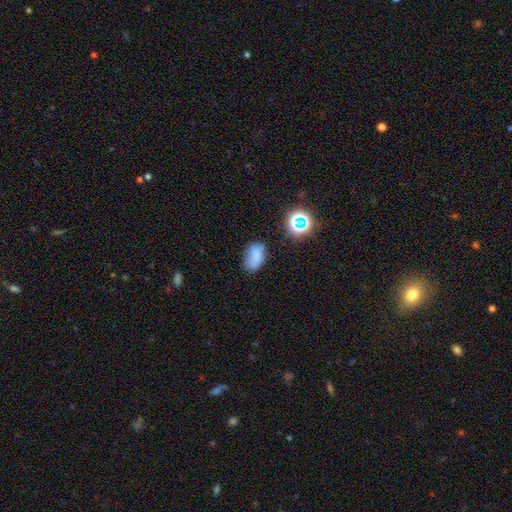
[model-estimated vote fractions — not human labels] Smooth or featured? smooth (70%)
How rounded? in between (86%)
Merging? none (55%)